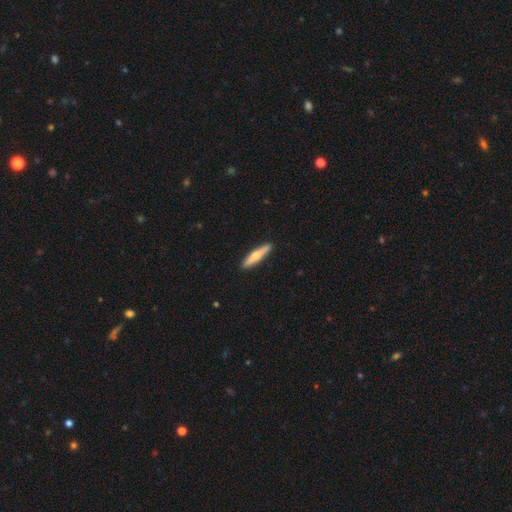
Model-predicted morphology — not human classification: Overall: smooth (48%; featured or disk 47%). Merging: none (92%).